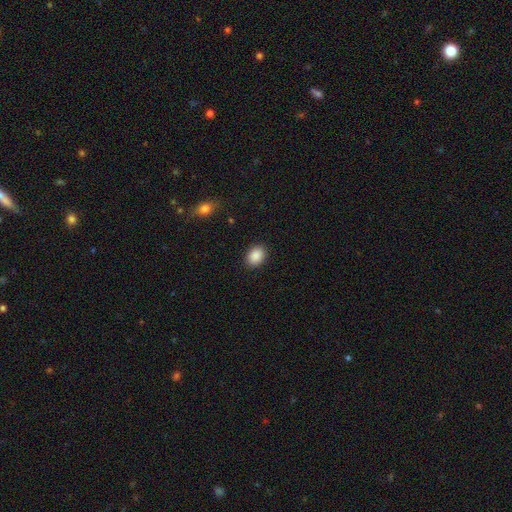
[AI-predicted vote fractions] smooth-or-featured: smooth: 89% | star or artifact: 8% | featured or disk: 3%
  how-rounded: in between: 70% | round: 29% | cigar-shaped: 1%
  merging: none: 89% | minor disturbance: 8% | major disturbance: 2% | merger: 1%